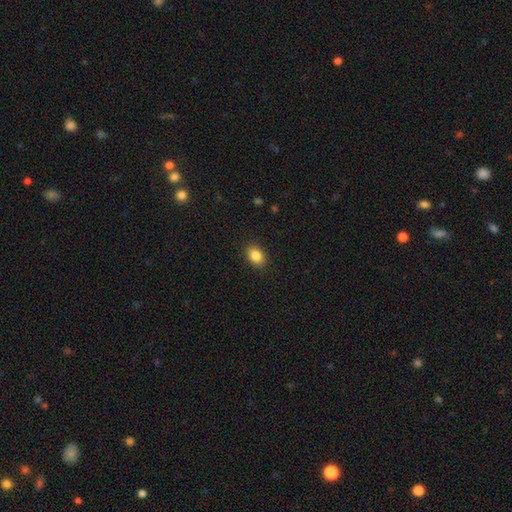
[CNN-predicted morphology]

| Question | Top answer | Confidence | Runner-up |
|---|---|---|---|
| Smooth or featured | smooth | 86% | star or artifact (9%) |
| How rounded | in between | 73% | round (26%) |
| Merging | none | 89% | minor disturbance (8%) |